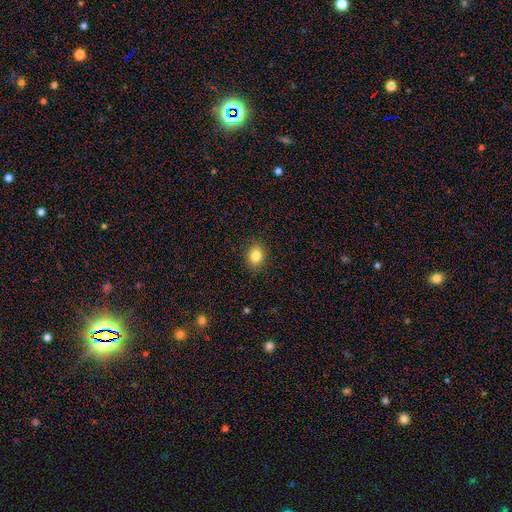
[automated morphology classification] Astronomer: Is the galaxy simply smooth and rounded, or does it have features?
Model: smooth — 84%.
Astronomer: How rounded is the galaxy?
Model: in between — 60% (runner-up: round, 39%).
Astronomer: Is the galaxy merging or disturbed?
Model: none — 89%.